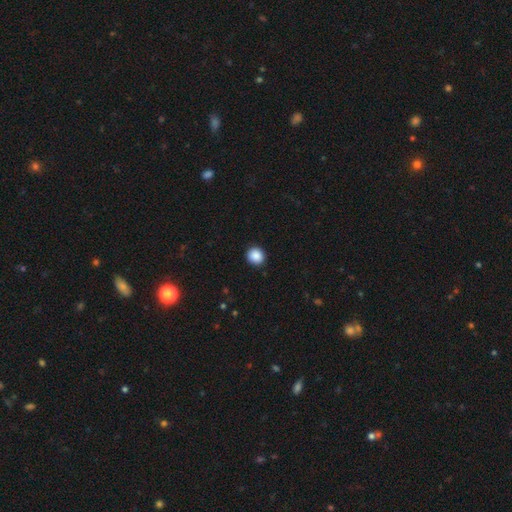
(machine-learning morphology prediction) This is clearly a smooth galaxy (89%). How rounded: clearly round (89%). Merging: clearly none (92%).